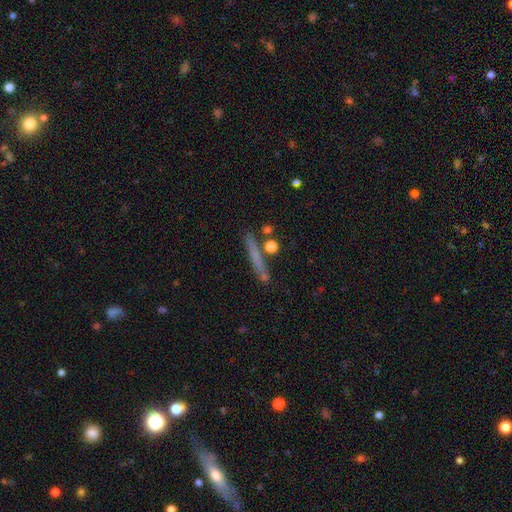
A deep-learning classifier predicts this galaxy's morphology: smooth_or_featured: smooth (p=0.59) [alt: featured or disk p=0.32]
how_rounded: cigar-shaped (p=0.92) [alt: in between p=0.04]
merging: none (p=0.79) [alt: minor disturbance p=0.11]